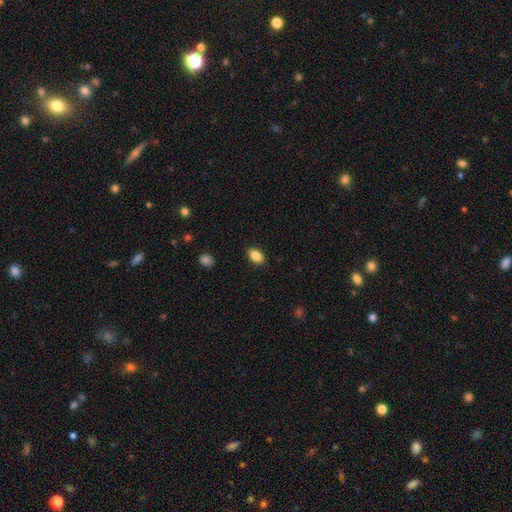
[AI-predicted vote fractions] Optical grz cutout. It shows a smooth galaxy with no disk features (88%) that is in between round and cigar-shaped (91%). Merging: none (87%).